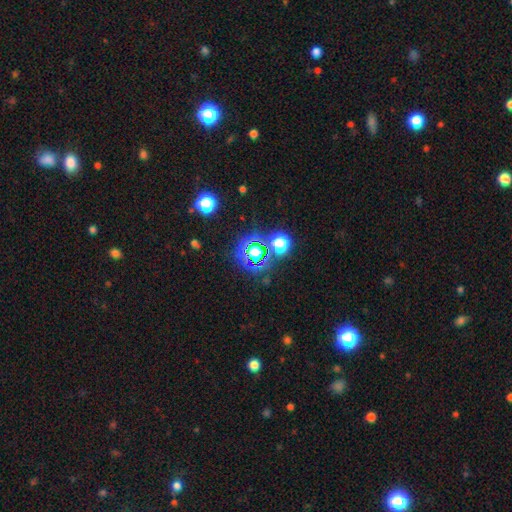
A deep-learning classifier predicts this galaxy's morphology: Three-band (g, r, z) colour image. It shows a star or artifact, not a galaxy (63%).